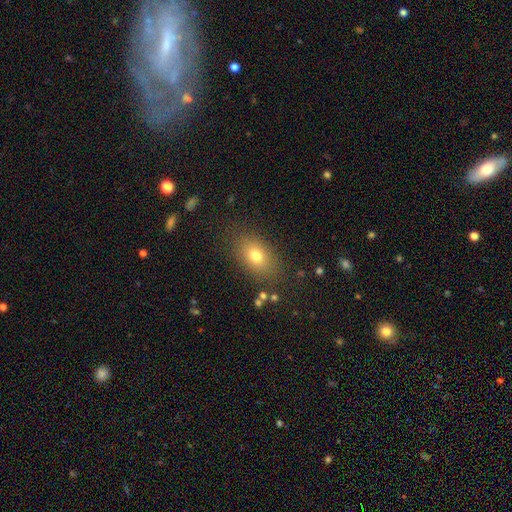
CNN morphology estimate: The model was most divided on "how rounded": in between: 79%, round: 19%, cigar-shaped: 2%. More confident: merging — none (83%); smooth or featured — smooth (75%).